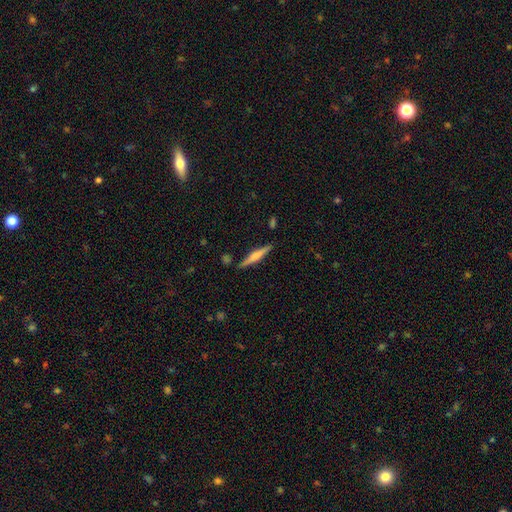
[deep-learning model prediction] featured or disk 55%, smooth 39%, star or artifact 6%. Down the decision tree: edge-on disk — yes (98%); edge-on bulge — rounded (60%); merging — none (87%).